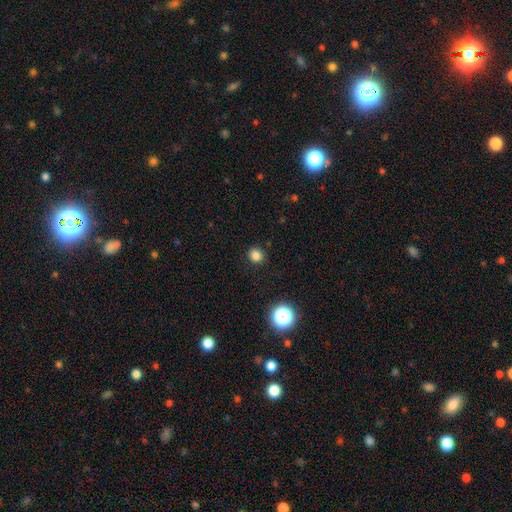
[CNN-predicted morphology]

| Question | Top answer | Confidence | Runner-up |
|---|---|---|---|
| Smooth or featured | smooth | 82% | star or artifact (14%) |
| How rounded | round | 82% | in between (17%) |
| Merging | none | 90% | minor disturbance (6%) |